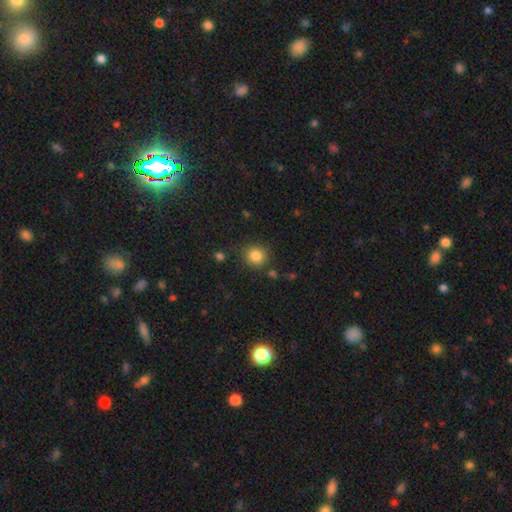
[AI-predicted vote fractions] The model was most divided on "merging": none: 82%, minor disturbance: 11%, merger: 4%, major disturbance: 3%. More confident: how rounded — round (88%); smooth or featured — smooth (85%).